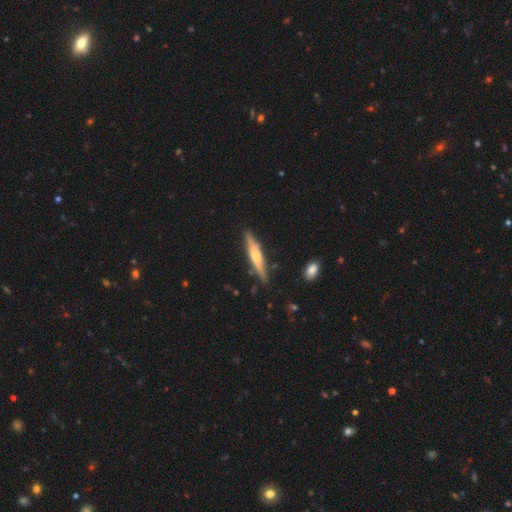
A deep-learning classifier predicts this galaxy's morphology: This is possibly a smooth galaxy (47%, tied with featured or disk). Merging: clearly none (84%).